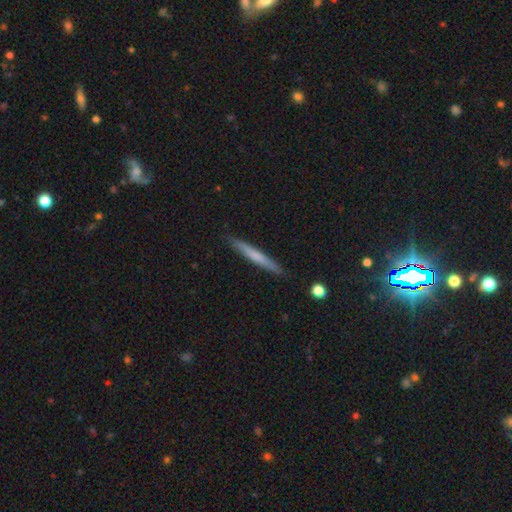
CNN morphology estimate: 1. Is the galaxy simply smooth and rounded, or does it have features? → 59% smooth, 35% featured or disk, 6% star or artifact.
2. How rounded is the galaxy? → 96% cigar-shaped, 3% in between, 1% round.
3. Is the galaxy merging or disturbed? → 90% none, 8% minor disturbance, 1% major disturbance, 1% merger.